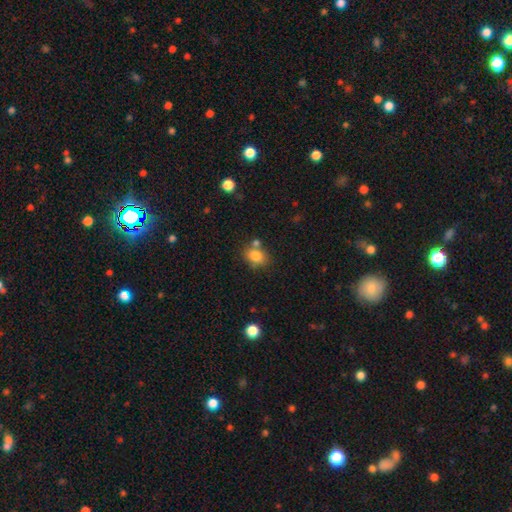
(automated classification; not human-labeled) Morphology: type=smooth (82%); roundness=in between (55%); merging=none (63%).